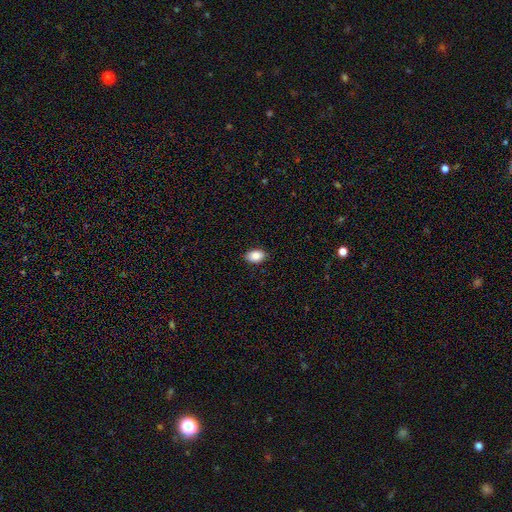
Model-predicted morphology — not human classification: Smooth or featured: smooth — 86% (star or artifact — 7%)
How rounded: in between — 88% (round — 11%)
Merging: none — 86% (minor disturbance — 11%)